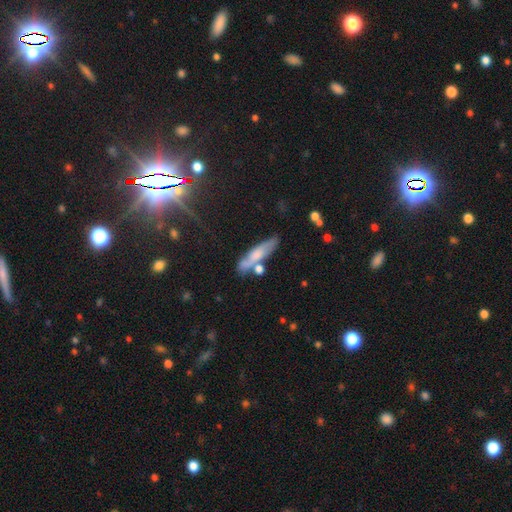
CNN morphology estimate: This is possibly a smooth galaxy (60%). How rounded: likely cigar-shaped (75%). Merging: likely none (65%).